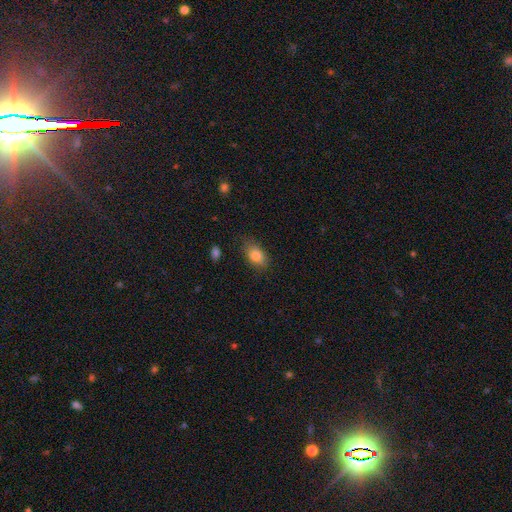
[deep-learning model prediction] Smooth or featured?
  - smooth: 83% *
  - featured or disk: 9%
  - star or artifact: 9%
How rounded?
  - in between: 85% *
  - round: 13%
  - cigar-shaped: 2%
Merging?
  - none: 78% *
  - minor disturbance: 17%
  - major disturbance: 4%
  - merger: 1%